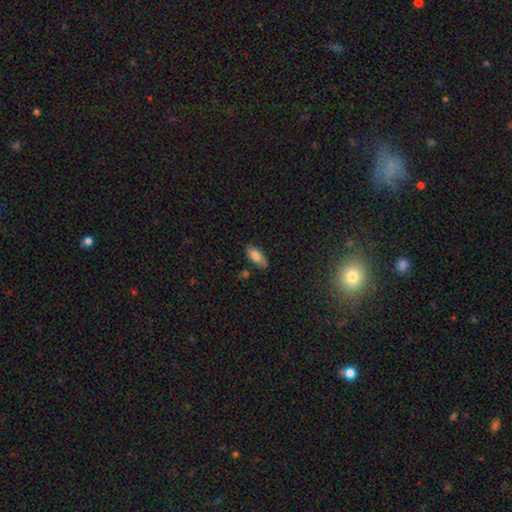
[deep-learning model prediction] Smooth or featured?
  - smooth: 81% *
  - featured or disk: 11%
  - star or artifact: 7%
How rounded?
  - in between: 85% *
  - cigar-shaped: 13%
  - round: 2%
Merging?
  - none: 76% *
  - minor disturbance: 18%
  - merger: 3%
  - major disturbance: 3%